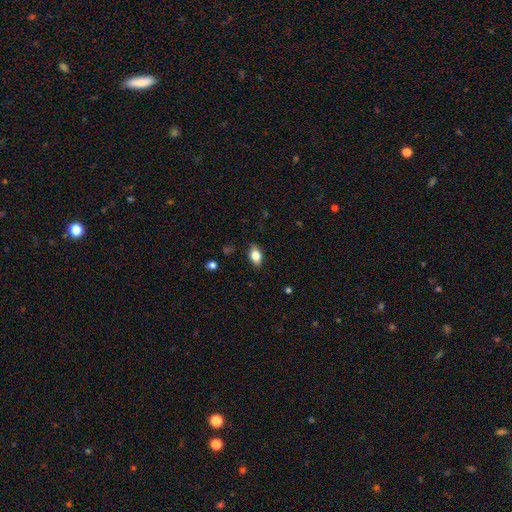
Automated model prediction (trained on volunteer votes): A smooth galaxy with no disk features (77%) that is in between round and cigar-shaped (86%). Merging: none (84%).